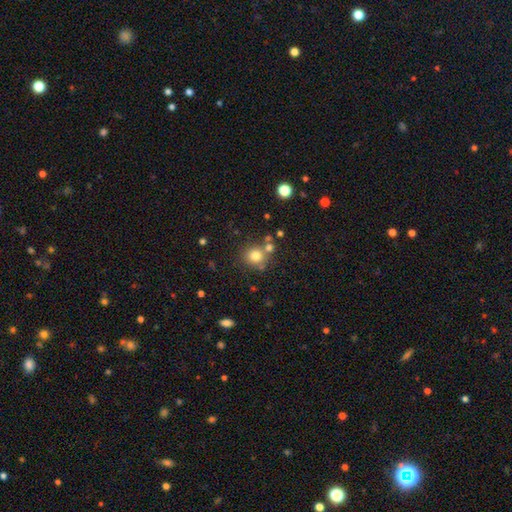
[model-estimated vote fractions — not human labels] This appears to be a smooth galaxy with no disk features (79%) that is round (88%). Merging: none (69%).